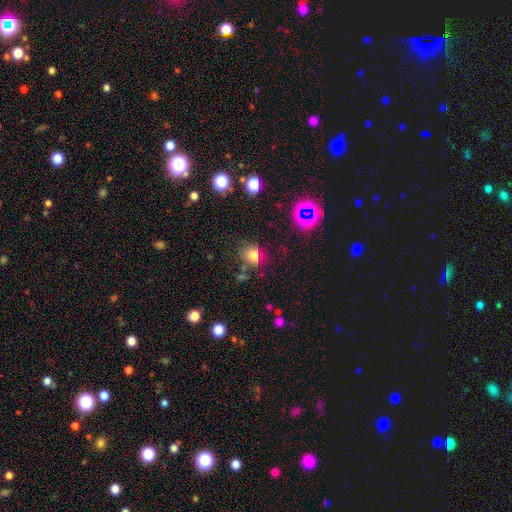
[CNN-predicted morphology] type=smooth (73%); roundness=round (65%); merging=none (70%).